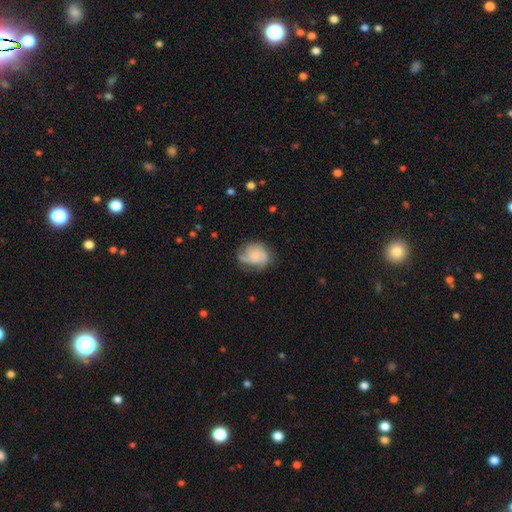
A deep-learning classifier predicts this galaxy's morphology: smooth_or_featured: featured or disk (p=0.56) [alt: smooth p=0.35]
disk_edge_on: no (p=0.98) [alt: yes p=0.02]
bar: no (p=0.78) [alt: weak p=0.19]
has_spiral_arms: yes (p=0.89) [alt: no p=0.11]
bulge_size: small (p=0.50) [alt: none p=0.29]
merging: none (p=0.58) [alt: minor disturbance p=0.25]